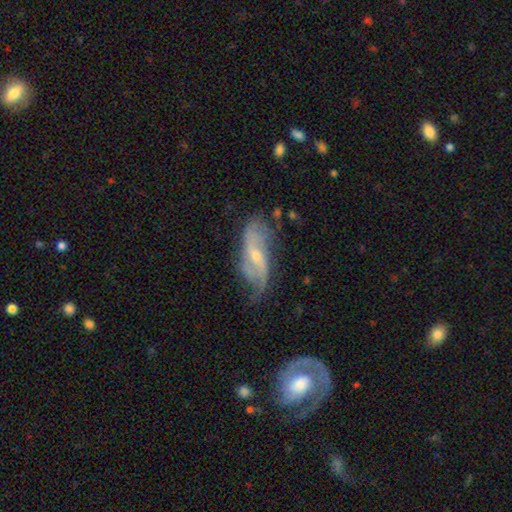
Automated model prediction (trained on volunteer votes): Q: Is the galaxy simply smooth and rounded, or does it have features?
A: featured or disk — 78%.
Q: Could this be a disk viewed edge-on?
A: no — 88%.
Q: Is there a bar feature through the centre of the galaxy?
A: weak — 45%.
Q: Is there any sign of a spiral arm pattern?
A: yes — 90%.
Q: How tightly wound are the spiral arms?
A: loose — 53%.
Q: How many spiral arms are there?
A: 2 — 65%.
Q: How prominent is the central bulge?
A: small — 58%.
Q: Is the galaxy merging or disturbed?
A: none — 52%.